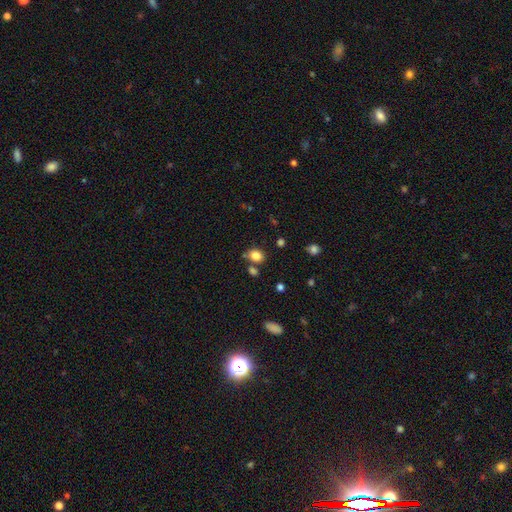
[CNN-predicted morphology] smooth_or_featured: smooth (p=0.83) [alt: star or artifact p=0.11]
how_rounded: in between (p=0.54) [alt: round p=0.45]
merging: none (p=0.69) [alt: merger p=0.14]